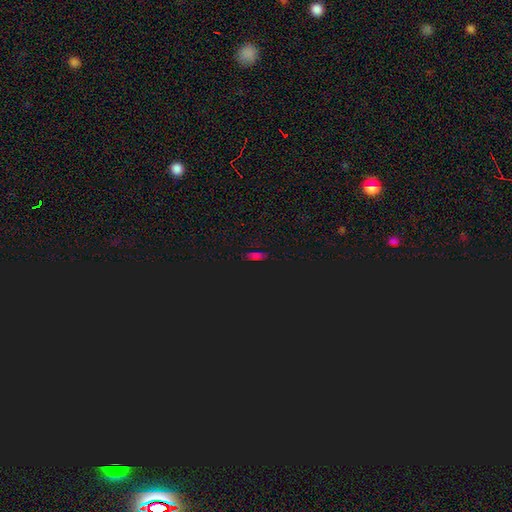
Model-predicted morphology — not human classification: star or artifact 51%, smooth 40%, featured or disk 8%.